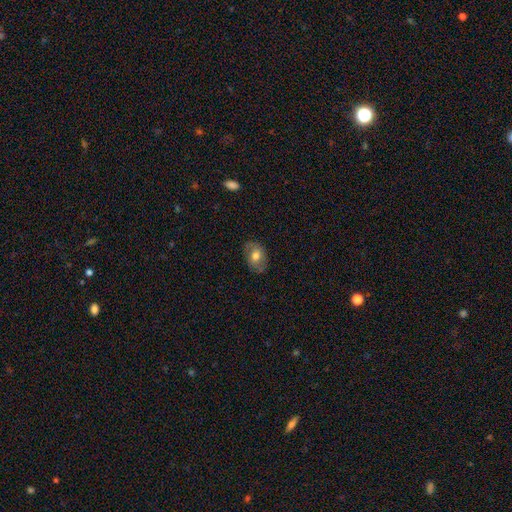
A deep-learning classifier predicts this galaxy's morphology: This appears to be a smooth galaxy with no disk features (56%) that is in between round and cigar-shaped (69%). Merging: none (78%).